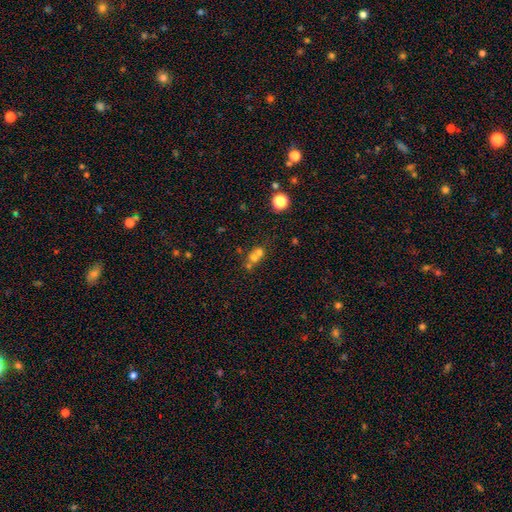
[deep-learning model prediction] This appears to be a smooth galaxy with no disk features (60%) that is round (78%). Merging: merger (57%).